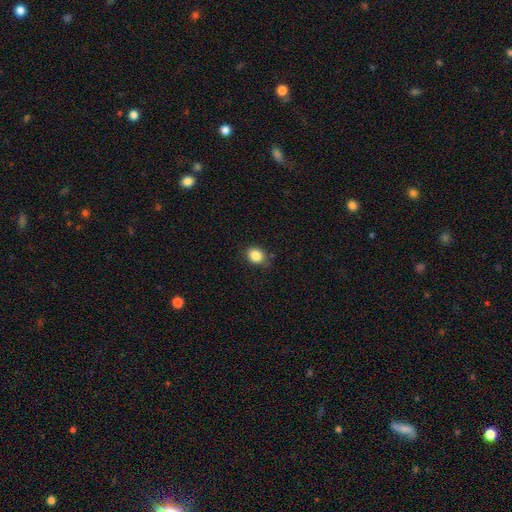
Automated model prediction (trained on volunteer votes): Smooth or featured: smooth — 85% (star or artifact — 10%)
How rounded: round — 57% (in between — 42%)
Merging: none — 81% (minor disturbance — 15%)